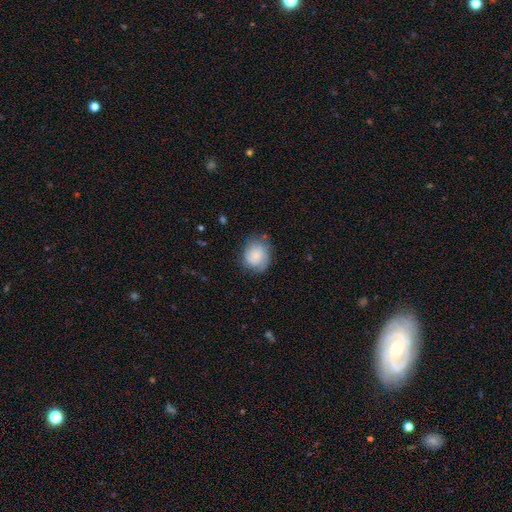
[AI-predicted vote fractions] smooth 49%, featured or disk 43%, star or artifact 8%. Down the decision tree: merging — none (68%).